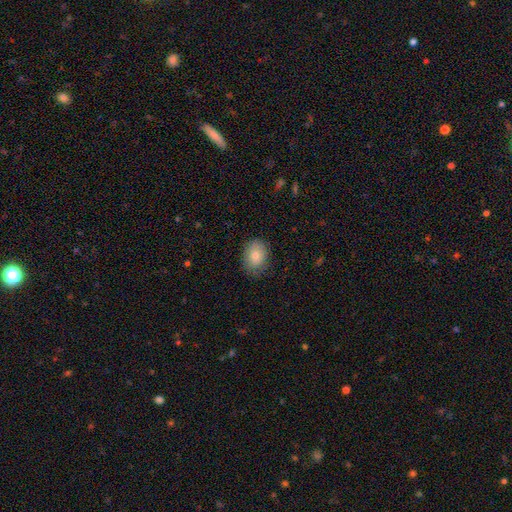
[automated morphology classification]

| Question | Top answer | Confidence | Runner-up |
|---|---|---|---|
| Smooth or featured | smooth | 84% | featured or disk (9%) |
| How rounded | in between | 74% | round (25%) |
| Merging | none | 79% | minor disturbance (16%) |